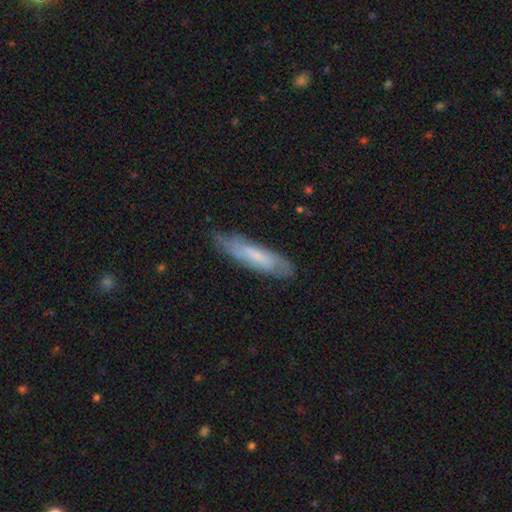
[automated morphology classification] Q: Smooth or featured?
A: featured or disk (48%); runner-up: smooth (45%)
Q: Merging?
A: none (73%); runner-up: minor disturbance (21%)